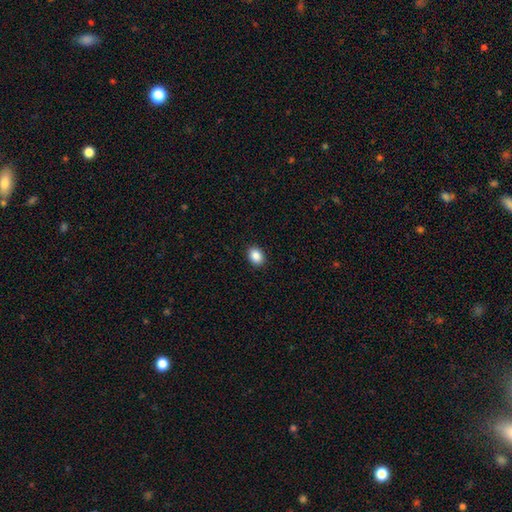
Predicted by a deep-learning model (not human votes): A smooth galaxy with no disk features (88%) that is in between round and cigar-shaped (67%). Merging: none (91%).